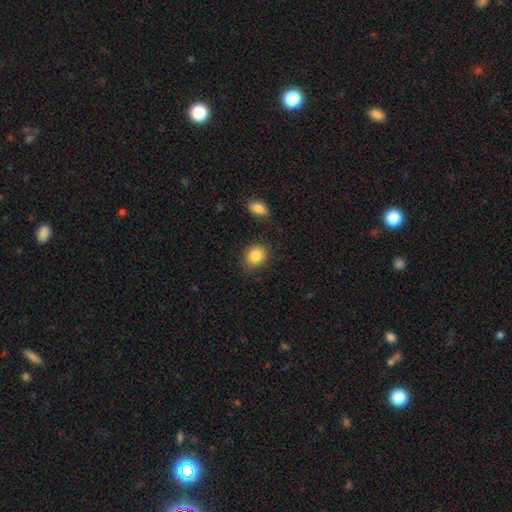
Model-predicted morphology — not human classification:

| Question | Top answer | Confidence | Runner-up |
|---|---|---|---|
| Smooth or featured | smooth | 86% | star or artifact (8%) |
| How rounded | round | 65% | in between (34%) |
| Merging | none | 78% | minor disturbance (15%) |